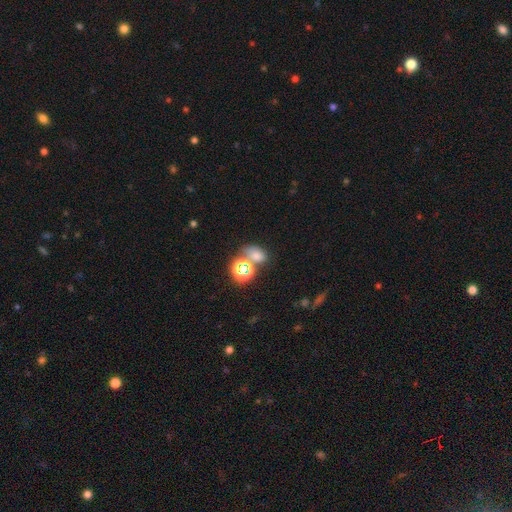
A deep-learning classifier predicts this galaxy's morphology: type=smooth (61%); roundness=in between (63%); merging=none (48%).